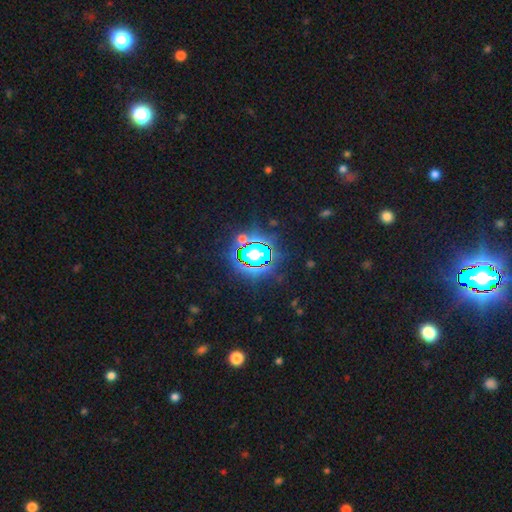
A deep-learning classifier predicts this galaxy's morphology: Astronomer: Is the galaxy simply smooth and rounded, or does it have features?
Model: star or artifact — 82%.